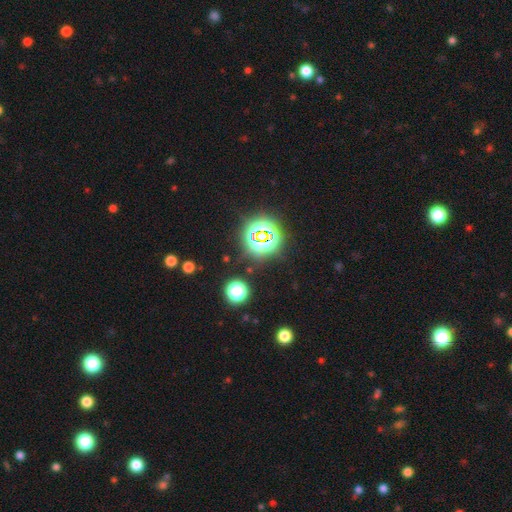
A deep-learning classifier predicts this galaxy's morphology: Smooth or featured?
  - star or artifact: 81% *
  - smooth: 13%
  - featured or disk: 6%